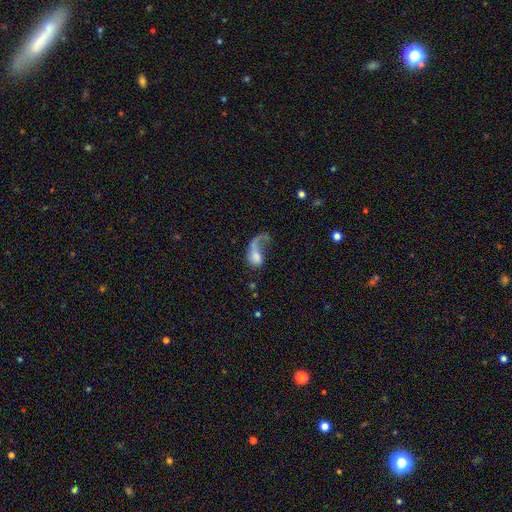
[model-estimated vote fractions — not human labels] This is possibly a featured or disk galaxy (49%). Merging: likely major disturbance (60%).